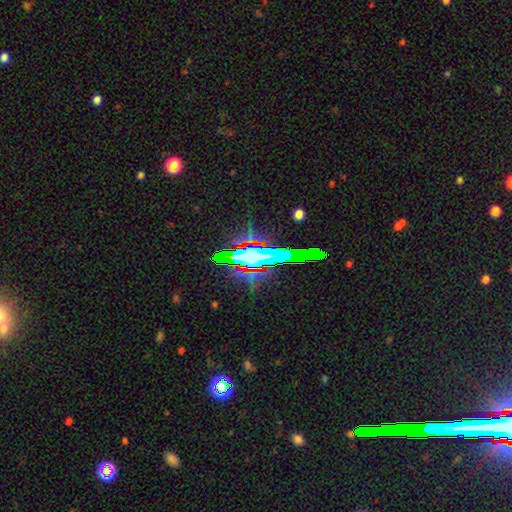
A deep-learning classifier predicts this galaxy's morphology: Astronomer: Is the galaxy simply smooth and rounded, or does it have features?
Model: star or artifact — 60%.